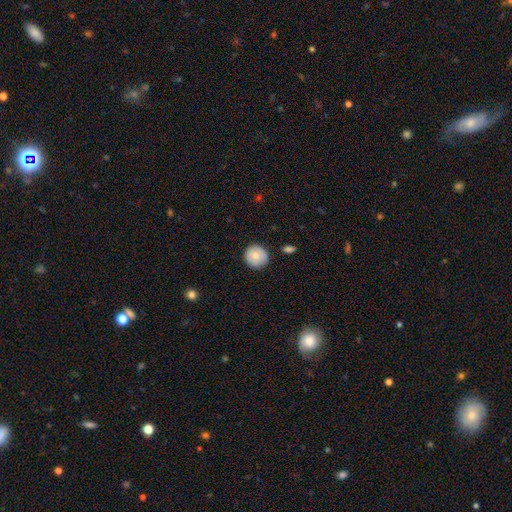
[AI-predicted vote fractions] Smooth or featured: smooth — 77% (featured or disk — 16%)
How rounded: round — 94% (in between — 5%)
Merging: none — 85% (minor disturbance — 12%)